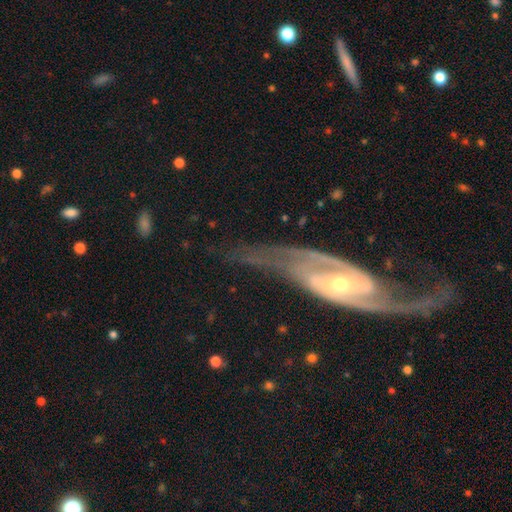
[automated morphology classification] Smooth or featured? featured or disk (87%)
Edge-on disk? no (89%)
Bar? no (37%)
Spiral arms? yes (96%)
Spiral winding? medium (44%)
Spiral arm count? 2 (86%)
Bulge size? small (60%)
Merging? none (65%)